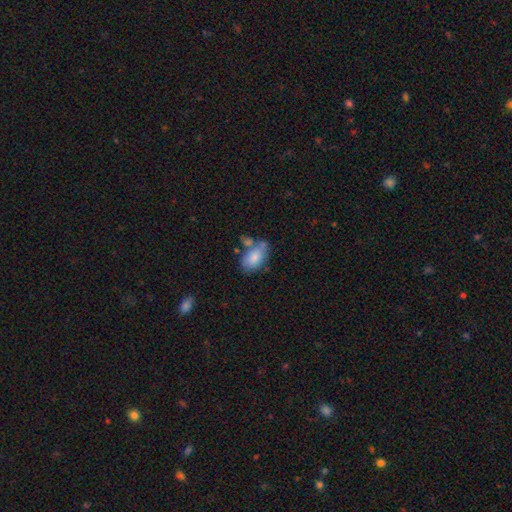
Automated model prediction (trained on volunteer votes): Morphology: type=smooth (79%); roundness=in between (91%); merging=none (45%).